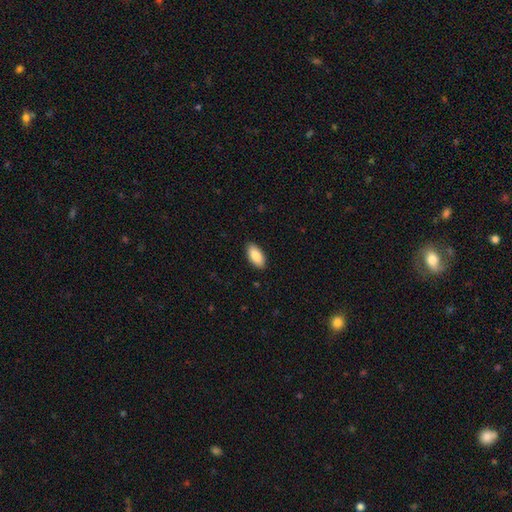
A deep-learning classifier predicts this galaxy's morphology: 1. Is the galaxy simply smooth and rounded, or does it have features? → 88% smooth, 6% star or artifact, 6% featured or disk.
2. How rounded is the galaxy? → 92% in between, 6% cigar-shaped, 2% round.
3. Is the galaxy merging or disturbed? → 89% none, 8% minor disturbance, 2% major disturbance, 1% merger.